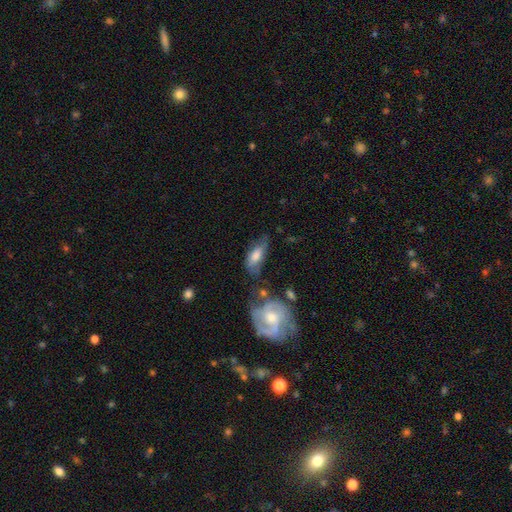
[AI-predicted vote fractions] Smooth or featured?
  - smooth: 56% *
  - featured or disk: 36%
  - star or artifact: 8%
How rounded?
  - in between: 80% *
  - cigar-shaped: 15%
  - round: 5%
Merging?
  - none: 39% *
  - minor disturbance: 27%
  - major disturbance: 19%
  - merger: 15%